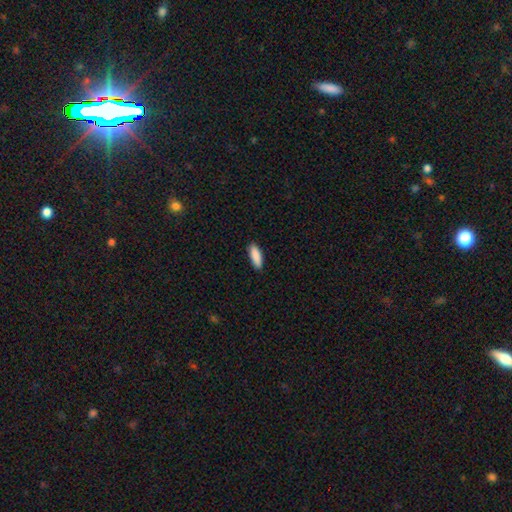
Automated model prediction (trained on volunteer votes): This appears to be a smooth galaxy with no disk features (90%) that is in between round and cigar-shaped (64%). Merging: none (89%).